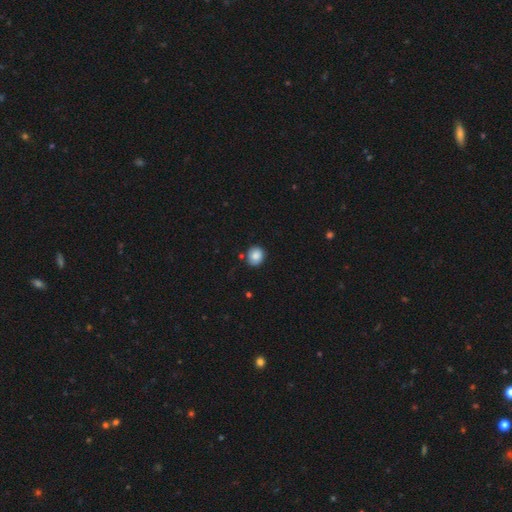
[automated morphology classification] smooth-or-featured: smooth: 85% | star or artifact: 9% | featured or disk: 6%
  how-rounded: round: 78% | in between: 21% | cigar-shaped: 1%
  merging: none: 80% | minor disturbance: 14% | merger: 4% | major disturbance: 3%